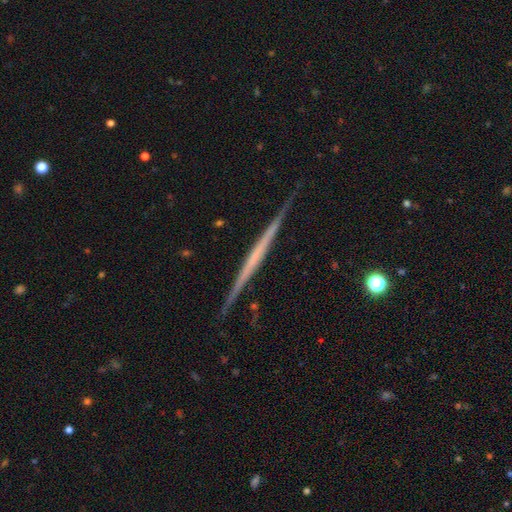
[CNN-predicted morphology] type=featured or disk (72%); edge-on=yes (98%); edge-on bulge=none (87%); merging=none (91%).